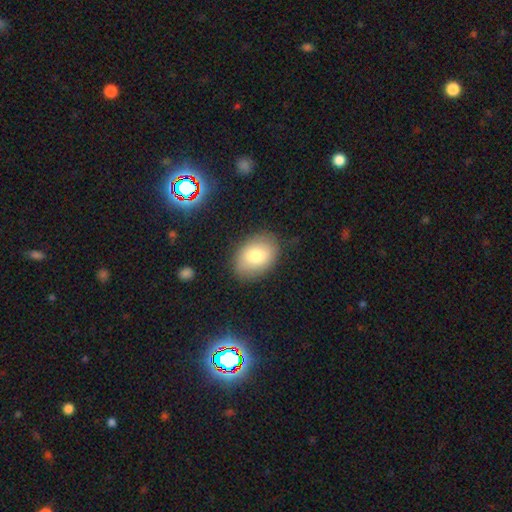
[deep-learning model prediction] smooth_or_featured: smooth (p=0.76) [alt: featured or disk p=0.15]
how_rounded: in between (p=0.79) [alt: round p=0.20]
merging: none (p=0.82) [alt: minor disturbance p=0.13]